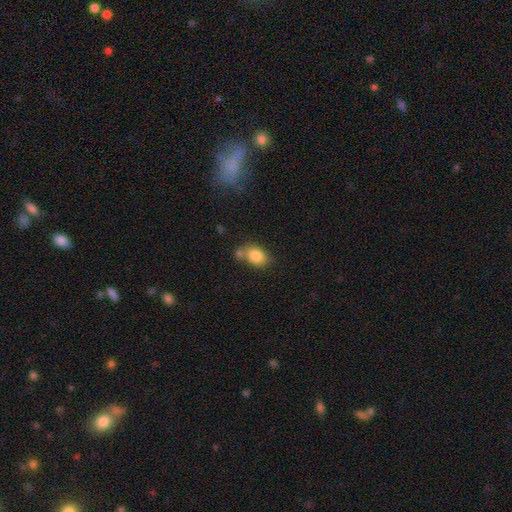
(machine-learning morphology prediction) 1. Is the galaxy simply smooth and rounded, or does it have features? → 84% smooth, 8% featured or disk, 8% star or artifact.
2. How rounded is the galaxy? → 75% in between, 23% round, 1% cigar-shaped.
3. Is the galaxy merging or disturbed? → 57% none, 22% merger, 16% minor disturbance, 5% major disturbance.